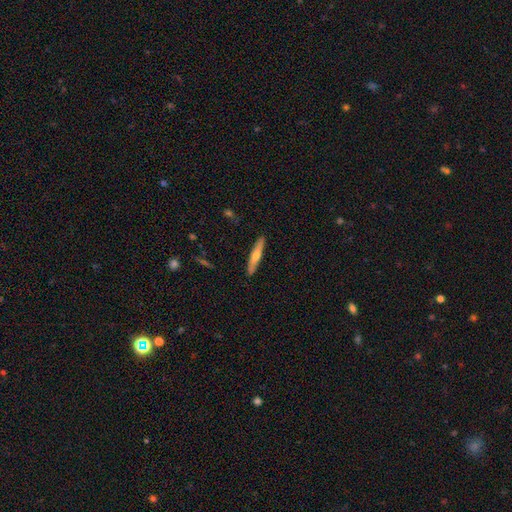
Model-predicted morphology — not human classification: This appears to be a featured or disk galaxy (50%) viewed edge-on (94%). Merging: none (90%).